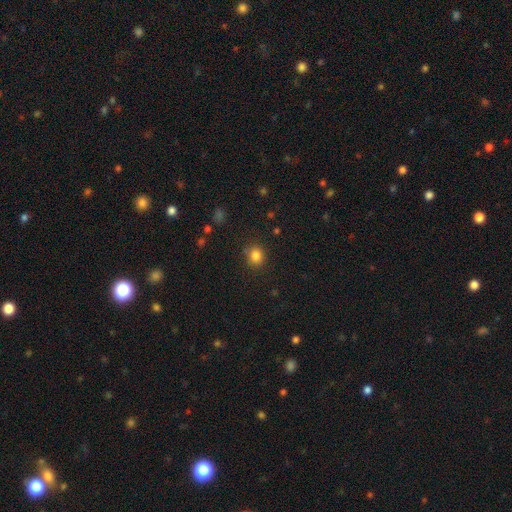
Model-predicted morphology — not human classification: A smooth galaxy with no disk features (83%) that is round (77%).

Vote fractions:
- Smooth or featured? smooth: 83% / star or artifact: 12% / featured or disk: 5%
- How rounded? round: 77% / in between: 22% / cigar-shaped: 1%
- Merging? none: 84% / minor disturbance: 10% / major disturbance: 3% / merger: 2%